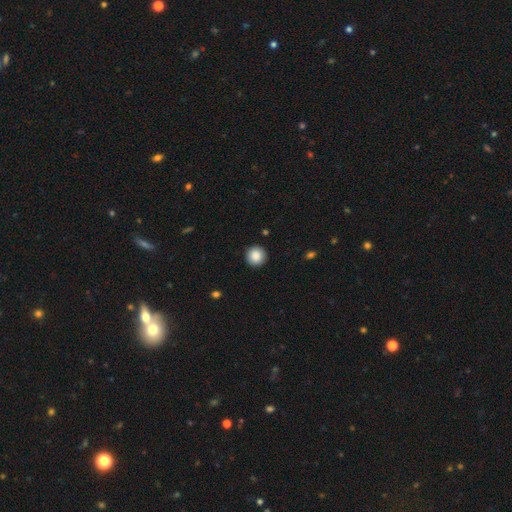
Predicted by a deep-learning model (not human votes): Overall: smooth (88%). How rounded: round (95%). Merging: none (92%).